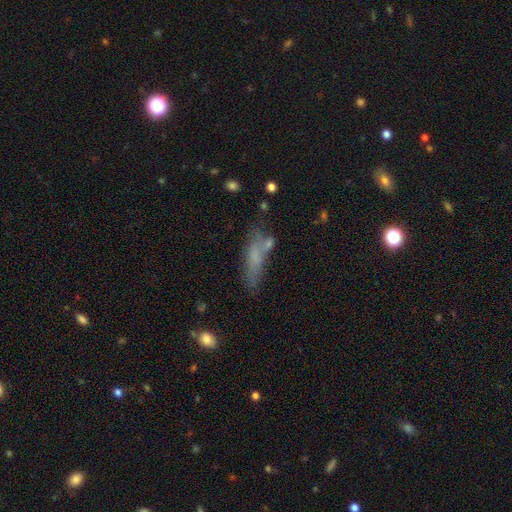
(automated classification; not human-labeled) The model was most divided on "how rounded": cigar-shaped: 61%, in between: 36%, round: 3%. Remaining: smooth or featured — smooth (58%); merging — none (49%).